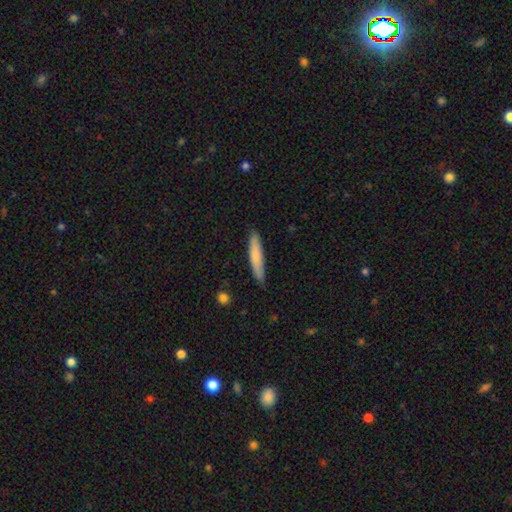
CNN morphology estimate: This appears to be a smooth galaxy with no disk features (75%) that is cigar-shaped (92%). Merging: none (88%).